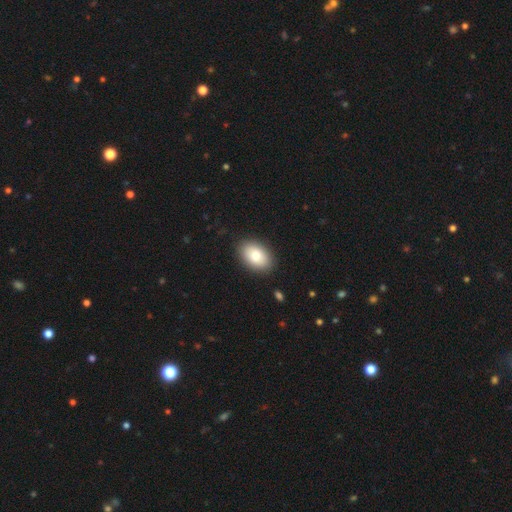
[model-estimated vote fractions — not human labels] smooth 83%, featured or disk 10%, star or artifact 7%. Down the decision tree: how rounded — in between (88%); merging — none (88%).